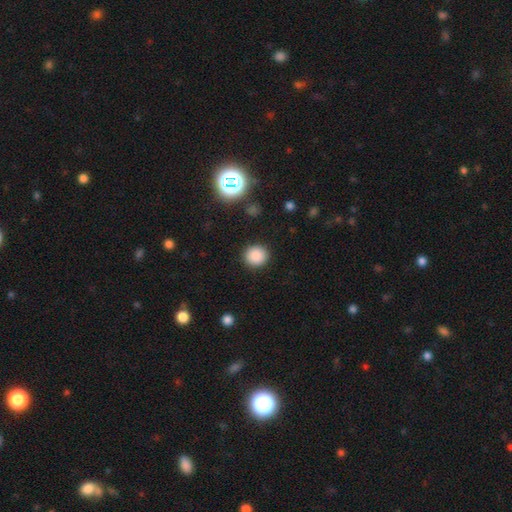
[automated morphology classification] Smooth or featured? Predicted: smooth (p=0.86). How rounded? Predicted: round (p=0.90). Merging? Predicted: none (p=0.90).